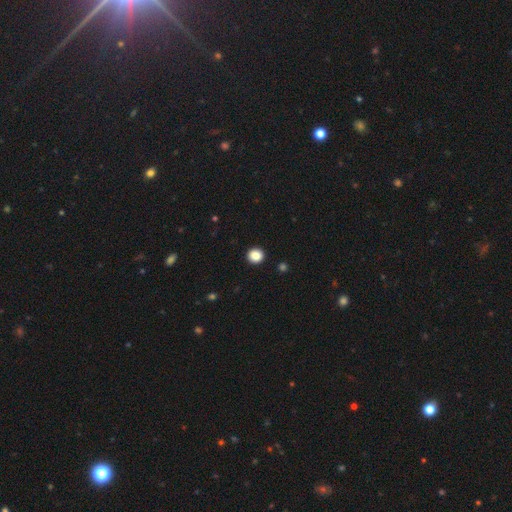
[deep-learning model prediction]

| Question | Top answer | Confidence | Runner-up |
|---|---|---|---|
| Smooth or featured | smooth | 86% | star or artifact (10%) |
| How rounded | round | 91% | in between (8%) |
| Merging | none | 93% | minor disturbance (4%) |